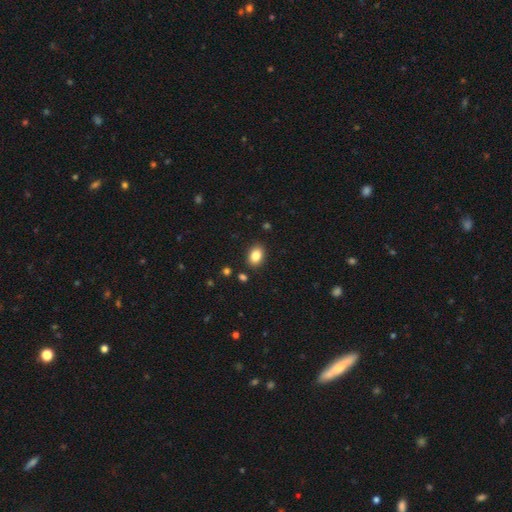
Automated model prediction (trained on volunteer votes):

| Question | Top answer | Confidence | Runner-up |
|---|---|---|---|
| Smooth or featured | smooth | 85% | star or artifact (9%) |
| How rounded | in between | 77% | round (22%) |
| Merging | none | 88% | minor disturbance (8%) |